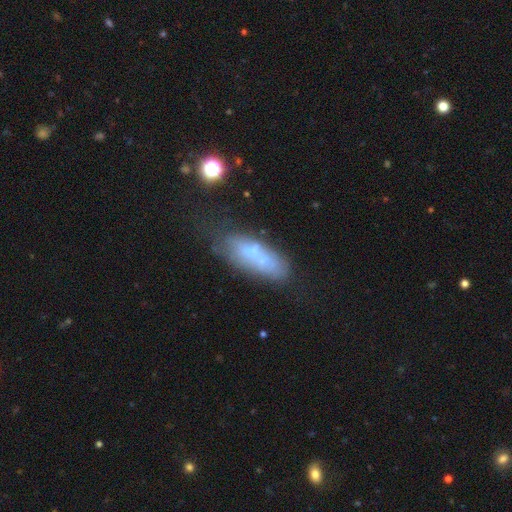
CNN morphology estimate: type=smooth (50%); roundness=in between (67%); merging=none (44%).